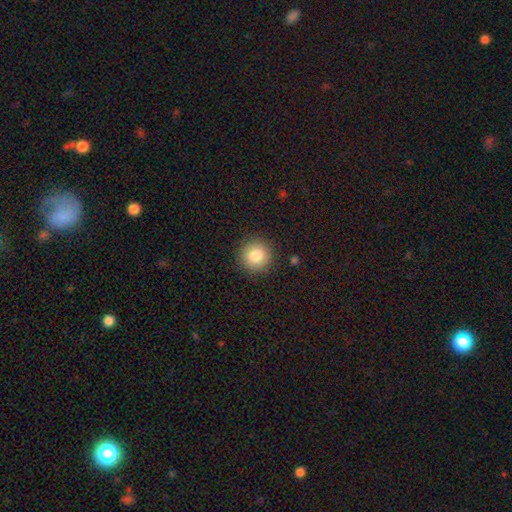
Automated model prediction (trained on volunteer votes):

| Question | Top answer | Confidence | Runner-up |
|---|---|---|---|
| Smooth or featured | smooth | 83% | star or artifact (9%) |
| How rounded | round | 94% | in between (5%) |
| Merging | none | 90% | minor disturbance (7%) |